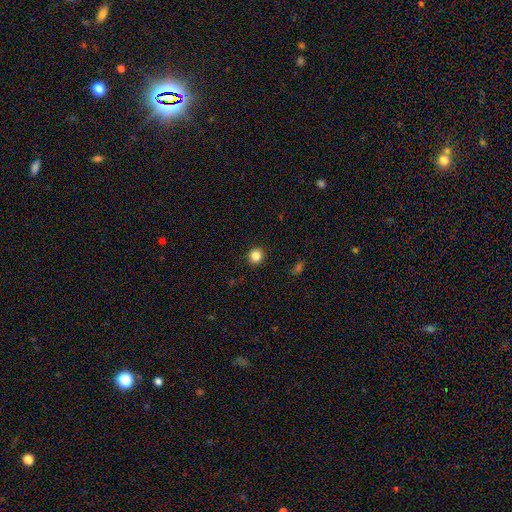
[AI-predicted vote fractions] Smooth or featured: smooth — 84% (star or artifact — 11%)
How rounded: round — 92% (in between — 7%)
Merging: none — 92% (minor disturbance — 5%)